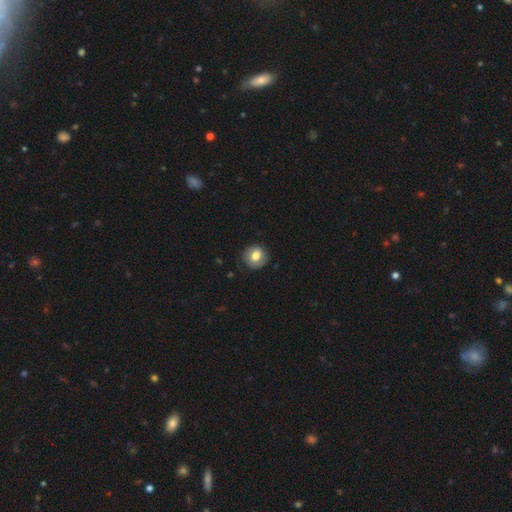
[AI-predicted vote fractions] Overall: smooth (76%). How rounded: round (84%). Merging: none (82%).